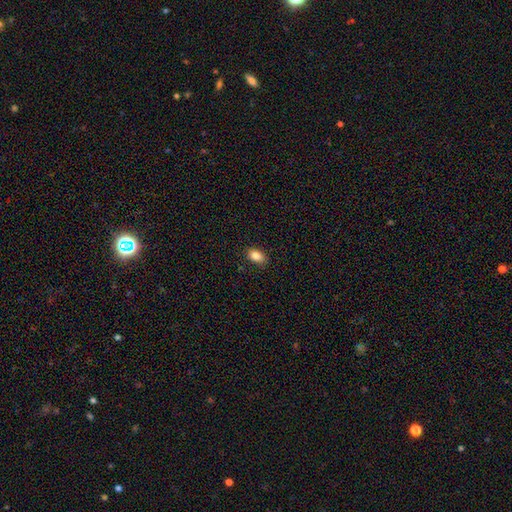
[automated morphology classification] smooth_or_featured: smooth (p=0.86) [alt: star or artifact p=0.09]
how_rounded: in between (p=0.88) [alt: round p=0.10]
merging: none (p=0.85) [alt: minor disturbance p=0.11]